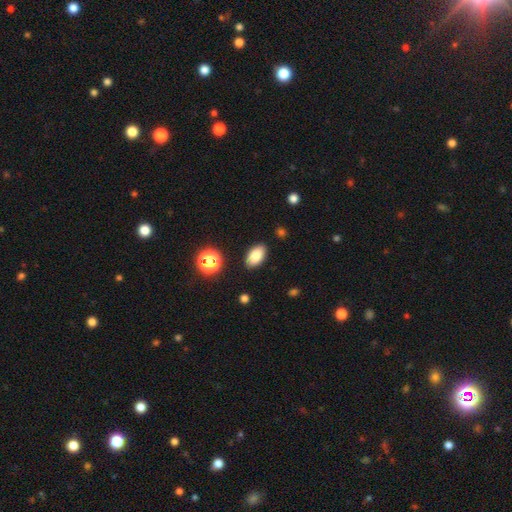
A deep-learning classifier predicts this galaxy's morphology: Q: Smooth or featured?
A: smooth (84%); runner-up: star or artifact (9%)
Q: How rounded?
A: in between (92%); runner-up: round (6%)
Q: Merging?
A: none (88%); runner-up: minor disturbance (8%)